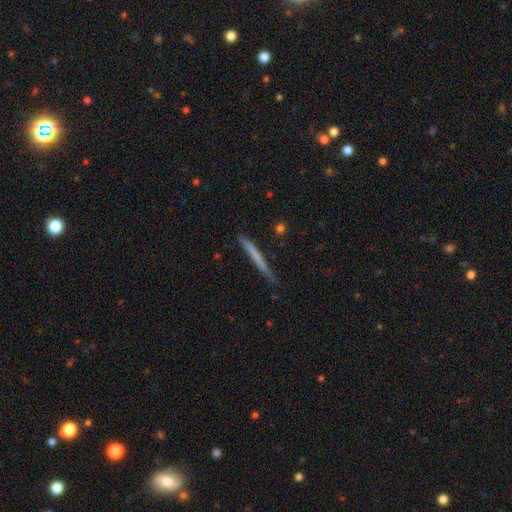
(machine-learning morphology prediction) type=smooth (58%); roundness=cigar-shaped (97%); merging=none (84%).